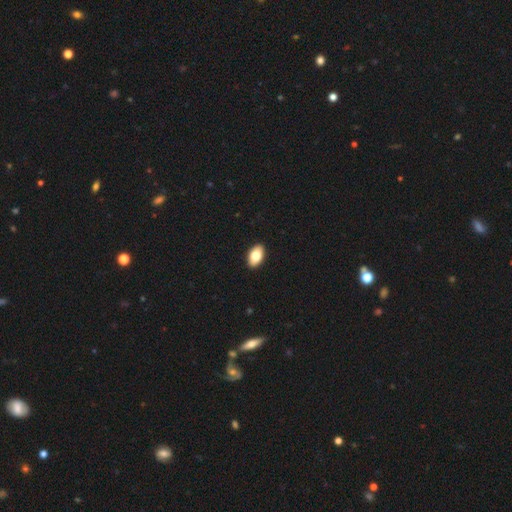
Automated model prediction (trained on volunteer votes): Overall: smooth (81%). How rounded: in between (93%). Merging: none (92%).